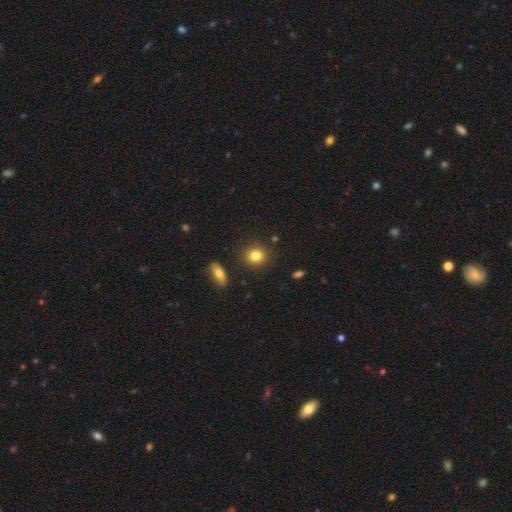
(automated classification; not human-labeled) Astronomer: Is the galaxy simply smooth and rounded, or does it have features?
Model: smooth — 82%.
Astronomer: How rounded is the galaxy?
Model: round — 77%.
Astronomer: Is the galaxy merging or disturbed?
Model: none — 87%.